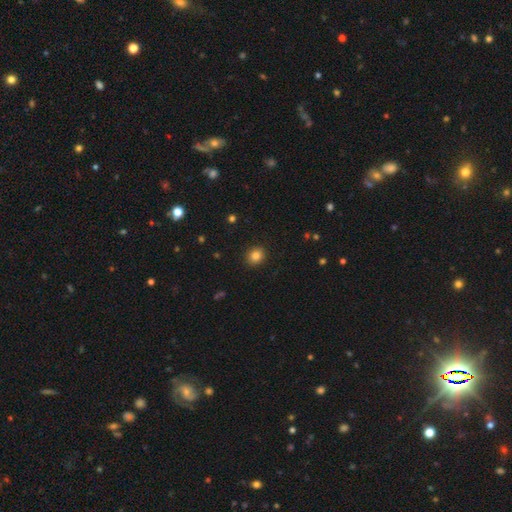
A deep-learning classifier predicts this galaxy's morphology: The model was most divided on "how rounded": round: 74%, in between: 25%, cigar-shaped: 1%. More confident: merging — none (91%); smooth or featured — smooth (83%).